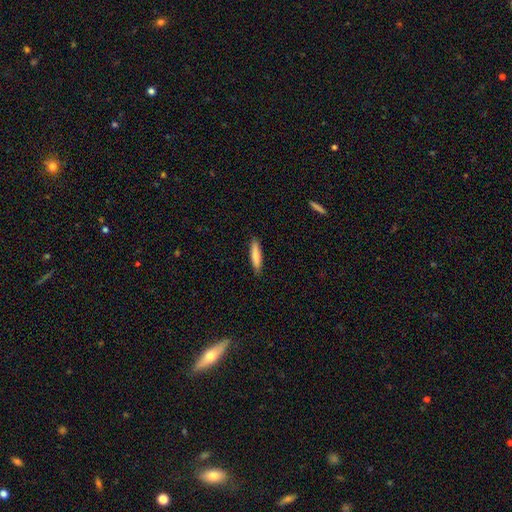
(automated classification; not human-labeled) A smooth galaxy with no disk features (83%) that is cigar-shaped (81%).

Vote fractions:
- Smooth or featured? smooth: 83% / featured or disk: 12% / star or artifact: 5%
- How rounded? cigar-shaped: 81% / in between: 17% / round: 1%
- Merging? none: 88% / minor disturbance: 9% / major disturbance: 2% / merger: 1%